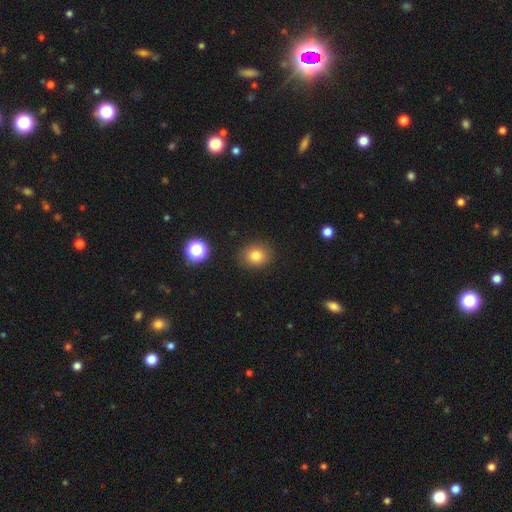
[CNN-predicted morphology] smooth_or_featured: smooth (p=0.81) [alt: star or artifact p=0.13]
how_rounded: round (p=0.76) [alt: in between p=0.24]
merging: none (p=0.88) [alt: minor disturbance p=0.08]